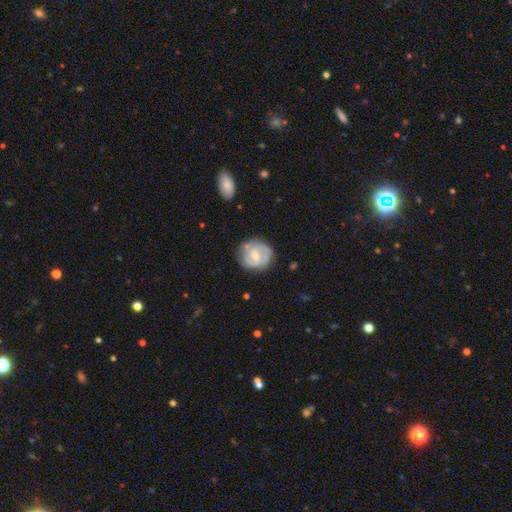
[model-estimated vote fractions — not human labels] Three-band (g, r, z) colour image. It shows a featured or disk galaxy (63%) with no bar (45%, tied with weak), spiral arms (77%) and a moderate central bulge (49%). Merging: none (70%).